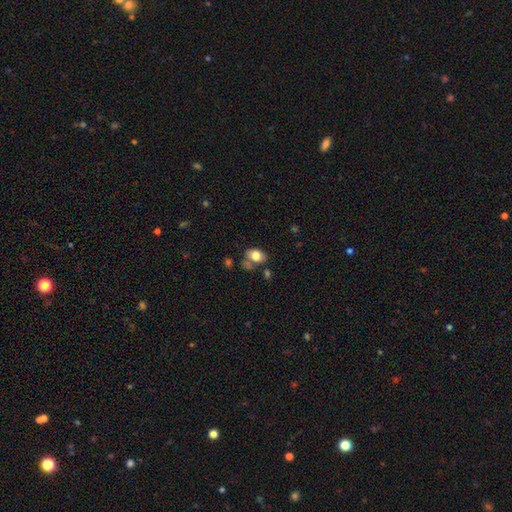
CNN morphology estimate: Smooth or featured: smooth — 77% (featured or disk — 14%)
How rounded: in between — 77% (round — 21%)
Merging: none — 51% (minor disturbance — 22%)